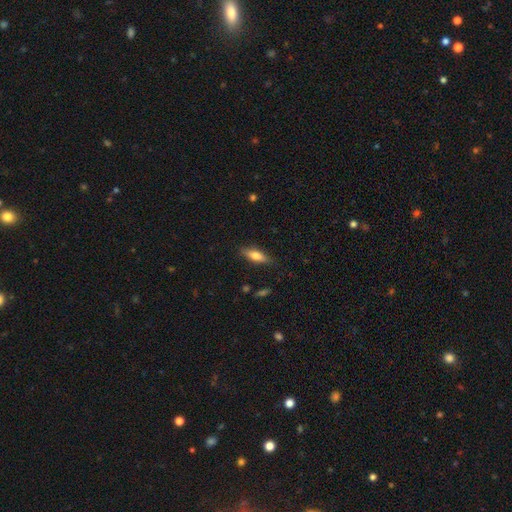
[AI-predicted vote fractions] The model was most divided on "how rounded": in between: 54%, cigar-shaped: 44%, round: 2%. More confident: merging — none (83%); smooth or featured — smooth (68%).